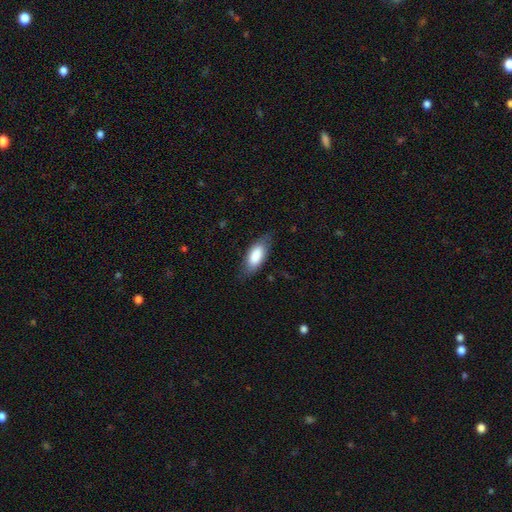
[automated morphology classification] Smooth or featured? Predicted: smooth (p=0.79). How rounded? Predicted: in between (p=0.82). Merging? Predicted: none (p=0.75).